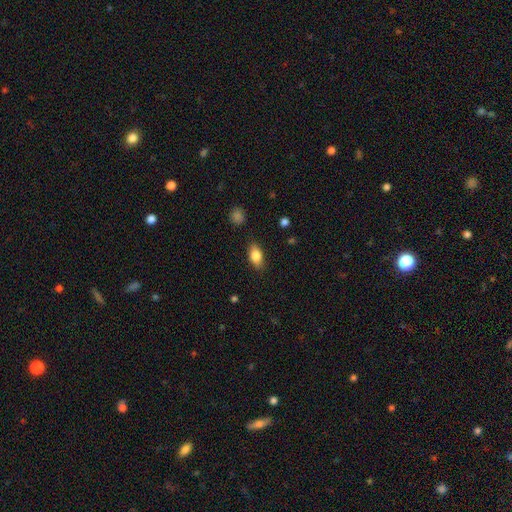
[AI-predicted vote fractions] A smooth galaxy with no disk features (80%) that is in between round and cigar-shaped (86%).

Vote fractions:
- Smooth or featured? smooth: 80% / featured or disk: 12% / star or artifact: 8%
- How rounded? in between: 86% / round: 8% / cigar-shaped: 6%
- Merging? none: 84% / minor disturbance: 12% / major disturbance: 3% / merger: 1%